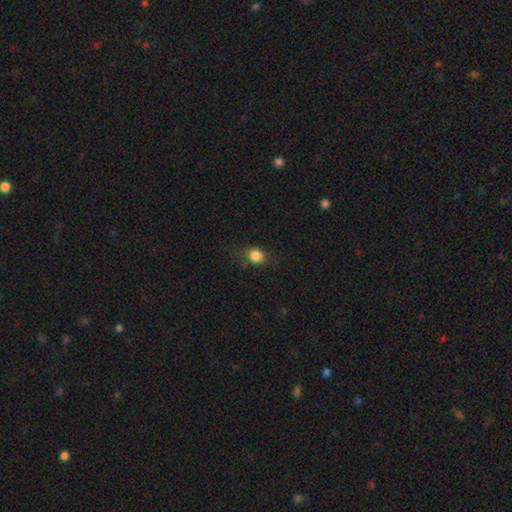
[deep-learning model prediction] smooth_or_featured: smooth (p=0.84) [alt: star or artifact p=0.11]
how_rounded: round (p=0.60) [alt: in between p=0.38]
merging: none (p=0.72) [alt: minor disturbance p=0.20]